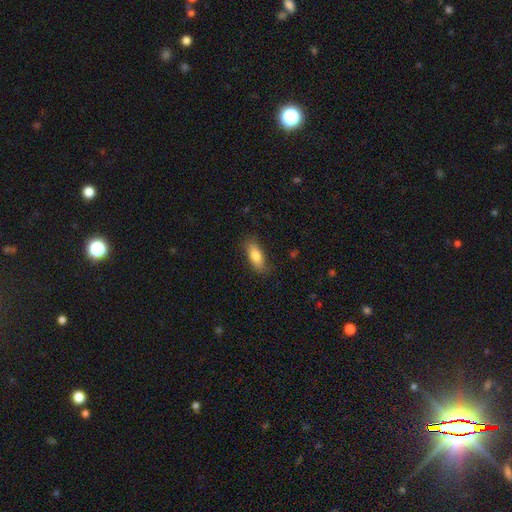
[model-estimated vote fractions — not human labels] A smooth galaxy with no disk features (80%) that is in between round and cigar-shaped (77%).

Vote fractions:
- Smooth or featured? smooth: 80% / featured or disk: 13% / star or artifact: 7%
- How rounded? in between: 77% / cigar-shaped: 20% / round: 3%
- Merging? none: 82% / minor disturbance: 14% / major disturbance: 3% / merger: 1%